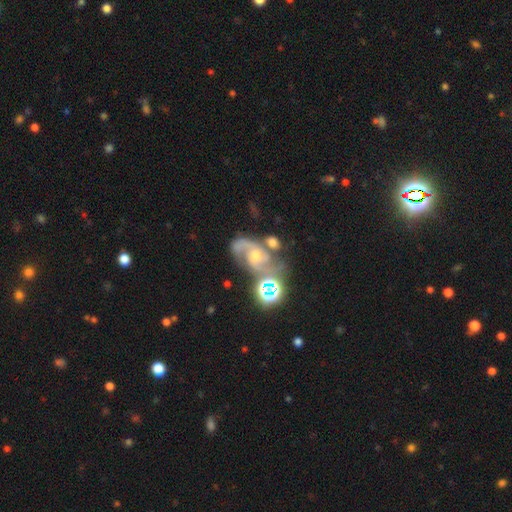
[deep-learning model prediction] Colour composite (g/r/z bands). It shows a featured or disk galaxy (72%) with no bar (59%), 2 (72%) medium (48%) spiral arms (93%) and a small central bulge (48%). Merging: none (37%).